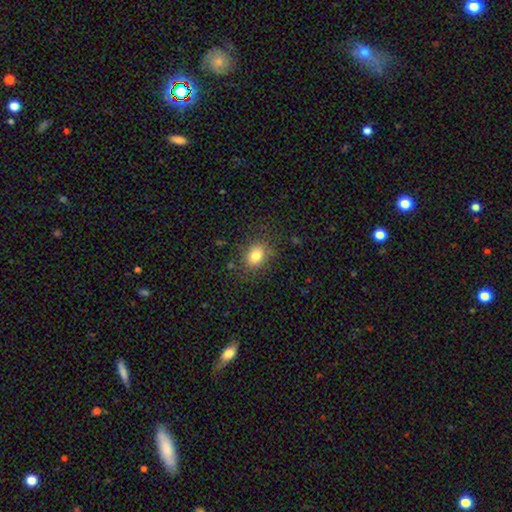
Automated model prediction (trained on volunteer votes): Morphology: type=smooth (80%); roundness=in between (51%); merging=none (82%).